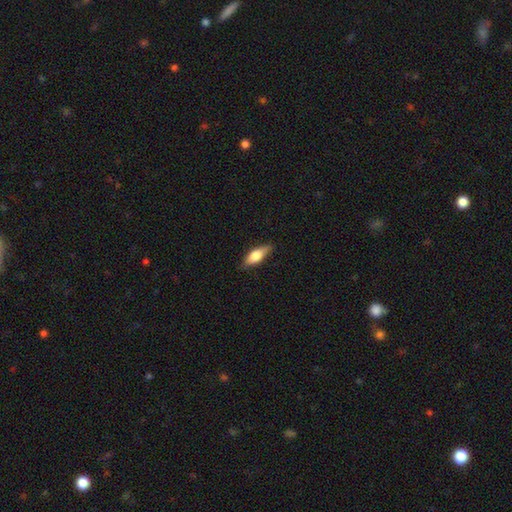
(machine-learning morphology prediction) The model was most divided on "how rounded": in between: 59%, cigar-shaped: 38%, round: 3%. More confident: merging — none (82%); smooth or featured — smooth (59%).